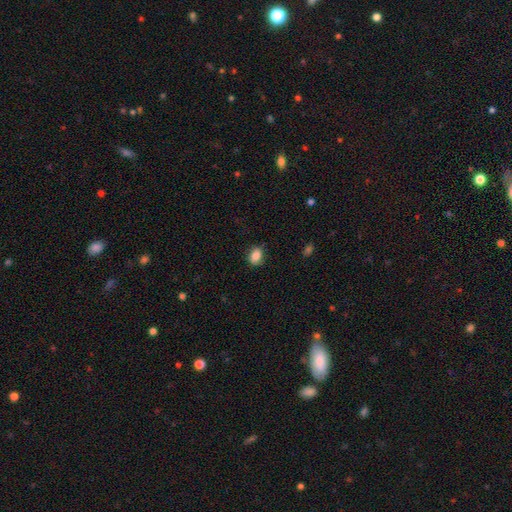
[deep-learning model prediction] A smooth galaxy with no disk features (83%) that is in between round and cigar-shaped (62%).

Vote fractions:
- Smooth or featured? smooth: 83% / star or artifact: 9% / featured or disk: 8%
- How rounded? in between: 62% / round: 36% / cigar-shaped: 1%
- Merging? none: 77% / minor disturbance: 18% / major disturbance: 4% / merger: 1%